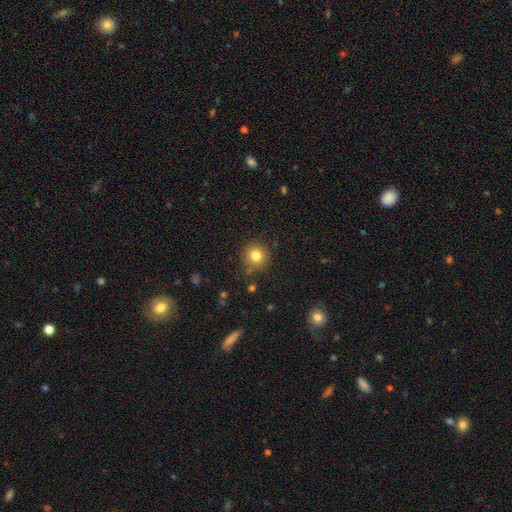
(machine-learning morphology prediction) This appears to be a smooth galaxy with no disk features (81%) that is round (93%). Merging: none (86%).